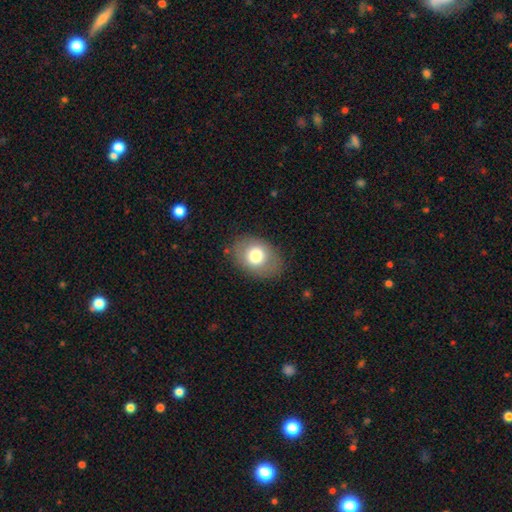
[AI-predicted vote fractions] smooth 73%, featured or disk 19%, star or artifact 8%. Down the decision tree: how rounded — in between (70%); merging — none (81%).